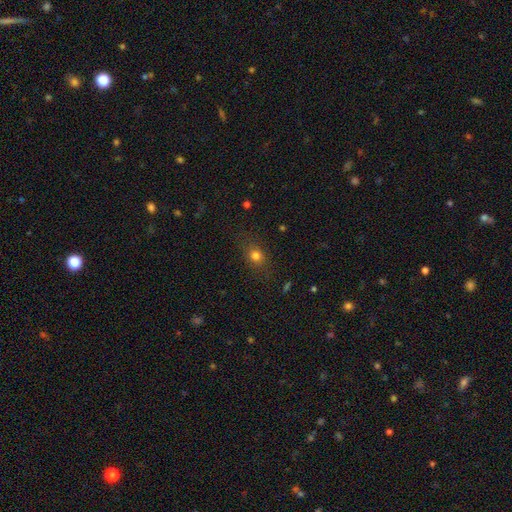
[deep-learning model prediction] smooth-or-featured: smooth: 75% | star or artifact: 15% | featured or disk: 10%
  how-rounded: round: 59% | in between: 38% | cigar-shaped: 3%
  merging: none: 80% | minor disturbance: 14% | major disturbance: 5% | merger: 1%